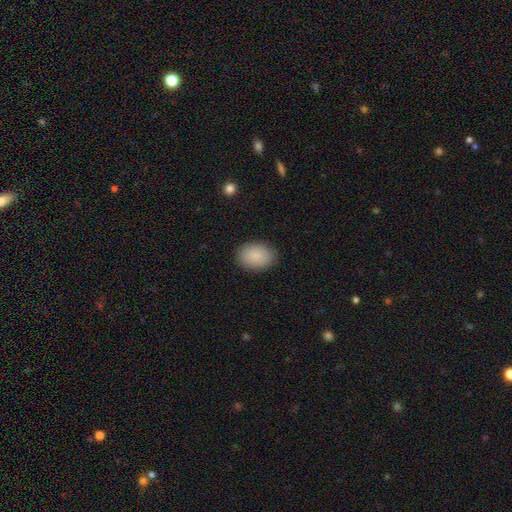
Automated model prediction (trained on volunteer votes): Smooth or featured: smooth — 88% (star or artifact — 7%)
How rounded: in between — 78% (round — 21%)
Merging: none — 88% (minor disturbance — 9%)